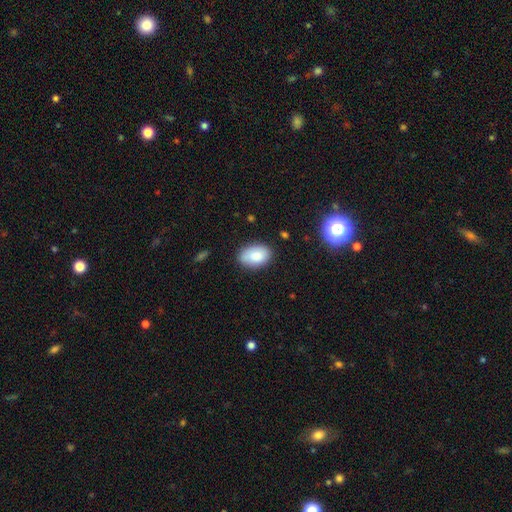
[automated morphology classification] The model was most divided on "merging": none: 81%, minor disturbance: 14%, major disturbance: 3%, merger: 2%. More confident: how rounded — in between (90%); smooth or featured — smooth (84%).